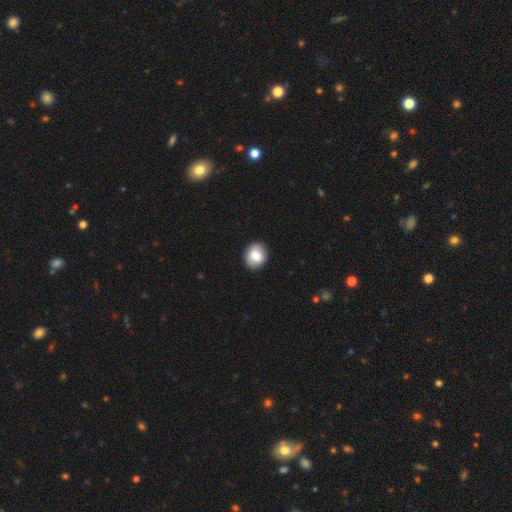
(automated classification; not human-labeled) This is likely a smooth galaxy (80%). How rounded: likely round (66%). Merging: clearly none (90%).